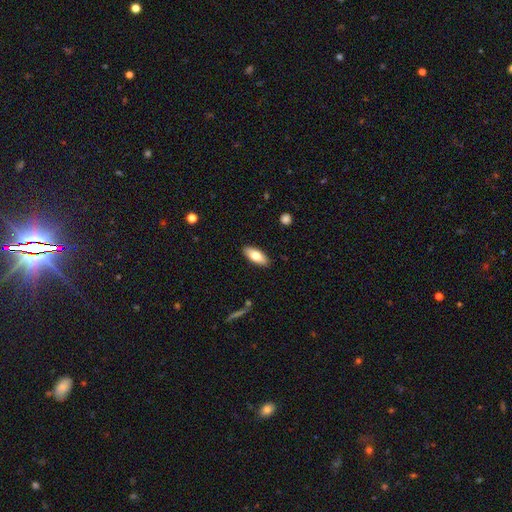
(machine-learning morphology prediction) Smooth or featured? Predicted: smooth (p=0.74). How rounded? Predicted: in between (p=0.84). Merging? Predicted: none (p=0.89).